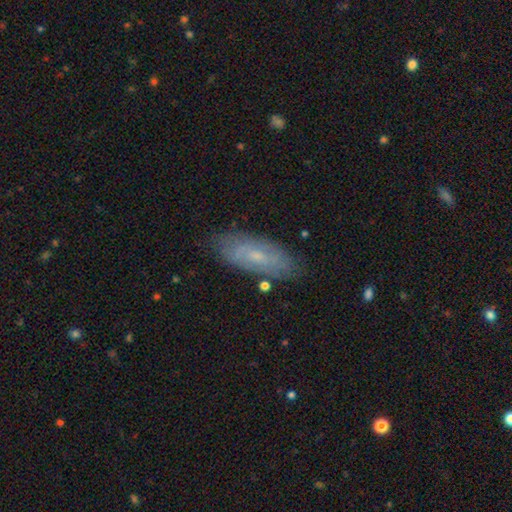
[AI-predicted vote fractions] Smooth or featured? Predicted: featured or disk (p=0.50). Edge-on disk? Predicted: no (p=0.80). Merging? Predicted: none (p=0.80).